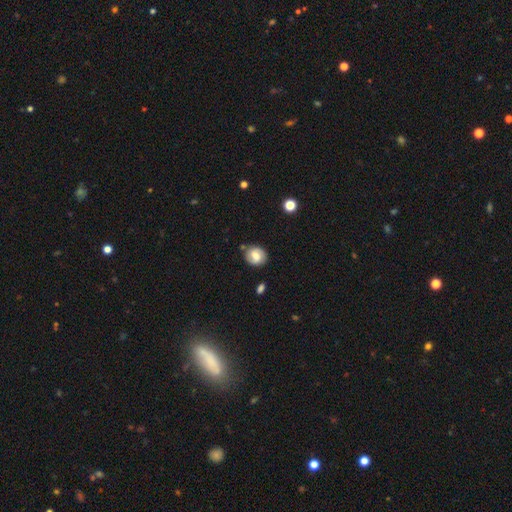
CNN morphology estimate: The model was most divided on "smooth or featured": smooth: 58%, featured or disk: 34%, star or artifact: 8%. More confident: merging — none (78%); how rounded — round (71%).